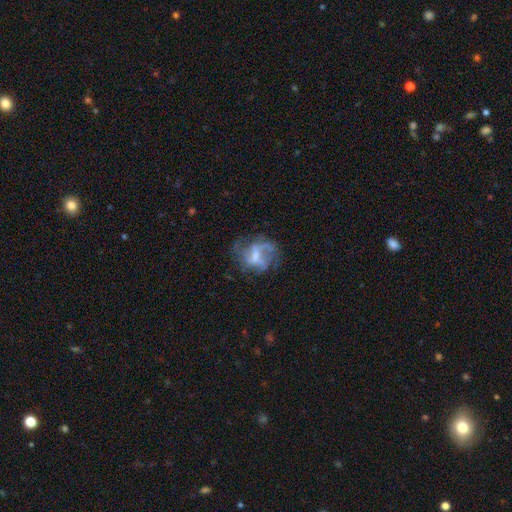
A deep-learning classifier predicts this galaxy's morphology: Q: Smooth or featured?
A: featured or disk (65%); runner-up: smooth (24%)
Q: Edge-on disk?
A: no (97%); runner-up: yes (3%)
Q: Bar?
A: weak (48%); runner-up: no (34%)
Q: Spiral arms?
A: yes (59%); runner-up: no (41%)
Q: Bulge size?
A: moderate (37%); runner-up: small (35%)
Q: Merging?
A: none (48%); runner-up: major disturbance (28%)